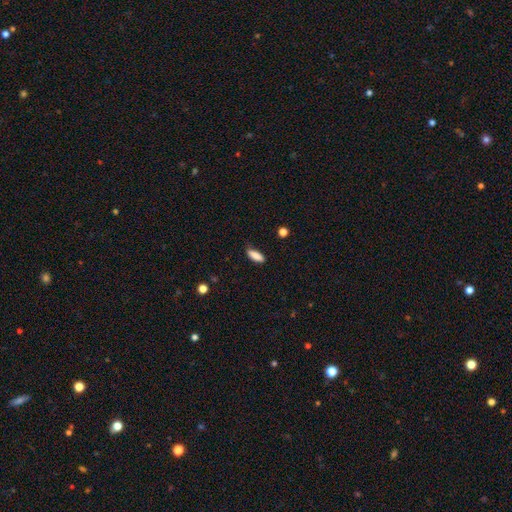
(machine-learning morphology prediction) smooth-or-featured: smooth: 86% | star or artifact: 7% | featured or disk: 7%
  how-rounded: in between: 68% | cigar-shaped: 30% | round: 2%
  merging: none: 75% | minor disturbance: 20% | major disturbance: 3% | merger: 2%